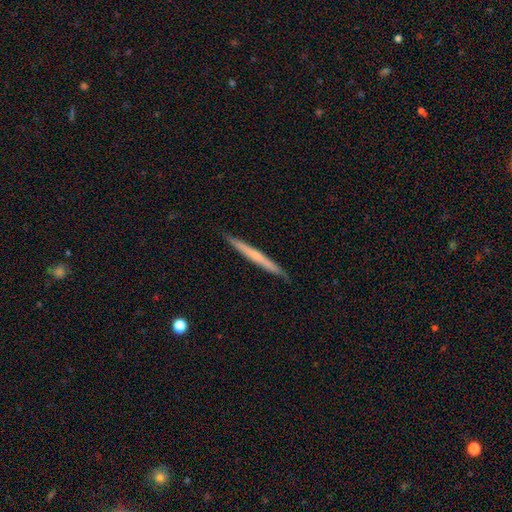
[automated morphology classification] smooth_or_featured: featured or disk (p=0.47) [tied with: smooth p=0.47]
merging: none (p=0.91) [alt: minor disturbance p=0.06]